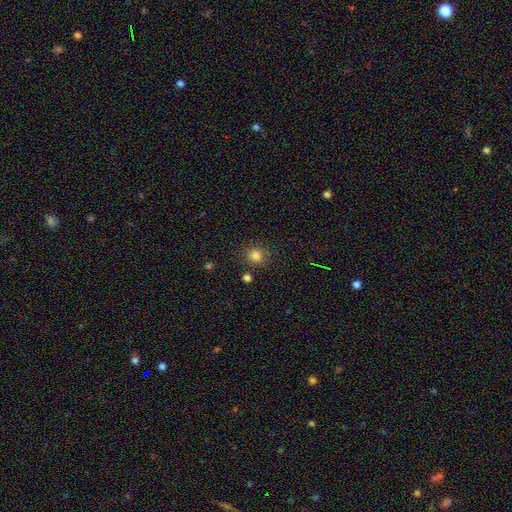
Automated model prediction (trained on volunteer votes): Overall: smooth (81%). How rounded: round (90%). Merging: none (83%).